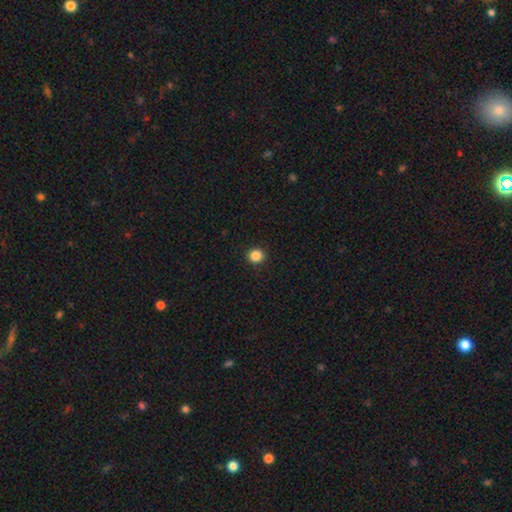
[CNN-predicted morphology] smooth-or-featured: smooth: 86% | star or artifact: 11% | featured or disk: 3%
  how-rounded: round: 92% | in between: 7% | cigar-shaped: 1%
  merging: none: 93% | minor disturbance: 5% | major disturbance: 2% | merger: 1%